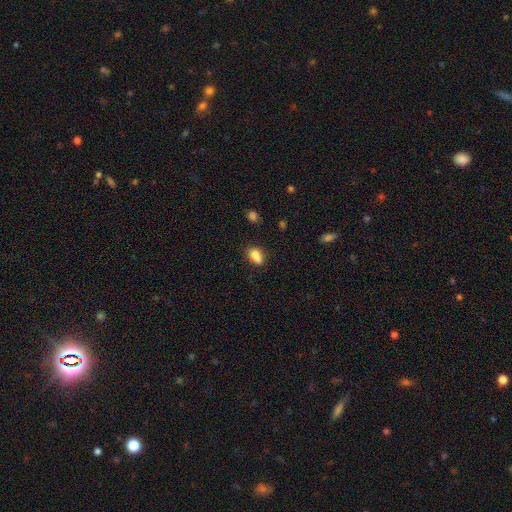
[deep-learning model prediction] This appears to be a smooth galaxy with no disk features (79%) that is in between round and cigar-shaped (75%). Merging: none (43%).